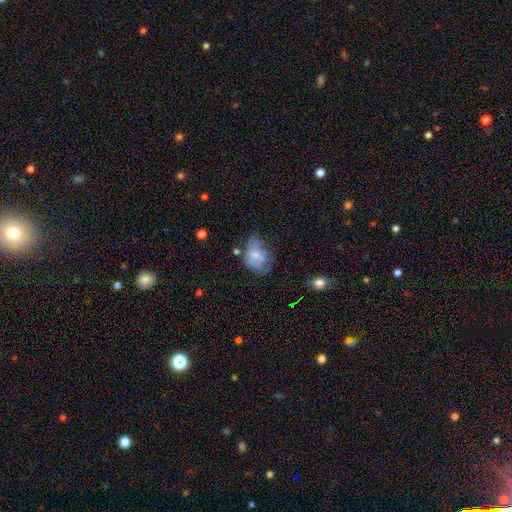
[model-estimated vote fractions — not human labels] Smooth or featured: smooth — 59% (featured or disk — 32%)
How rounded: in between — 67% (round — 32%)
Merging: none — 42% (minor disturbance — 33%)